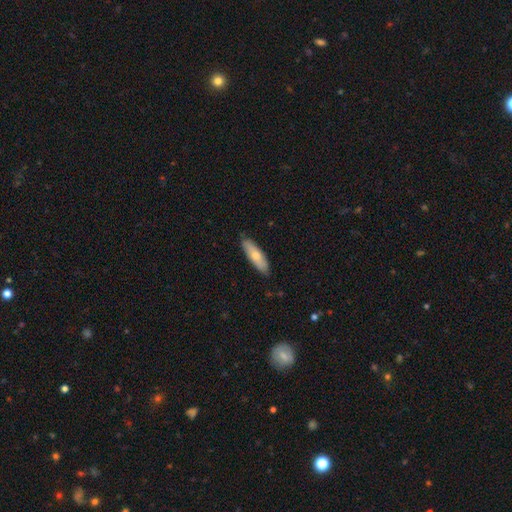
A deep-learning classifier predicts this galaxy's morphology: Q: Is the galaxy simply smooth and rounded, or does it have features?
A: smooth — 66%.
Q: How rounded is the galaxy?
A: cigar-shaped — 49%, tied with in between.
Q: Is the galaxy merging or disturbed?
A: none — 85%.